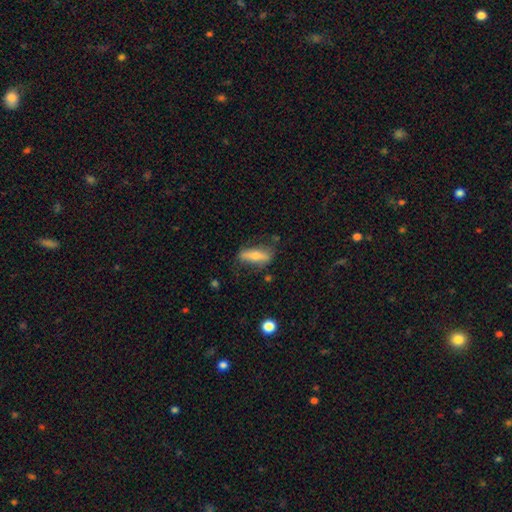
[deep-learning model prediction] smooth_or_featured: smooth (p=0.56) [alt: featured or disk p=0.37]
how_rounded: in between (p=0.52) [alt: cigar-shaped p=0.45]
merging: none (p=0.69) [alt: minor disturbance p=0.21]